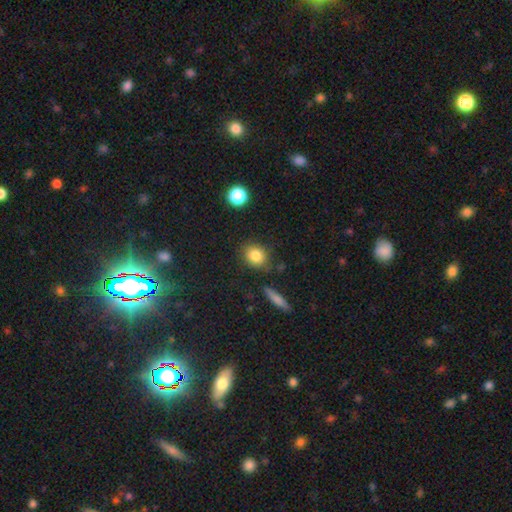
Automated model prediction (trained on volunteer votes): Q: Smooth or featured?
A: smooth (83%); runner-up: star or artifact (10%)
Q: How rounded?
A: round (61%); runner-up: in between (37%)
Q: Merging?
A: none (81%); runner-up: minor disturbance (12%)